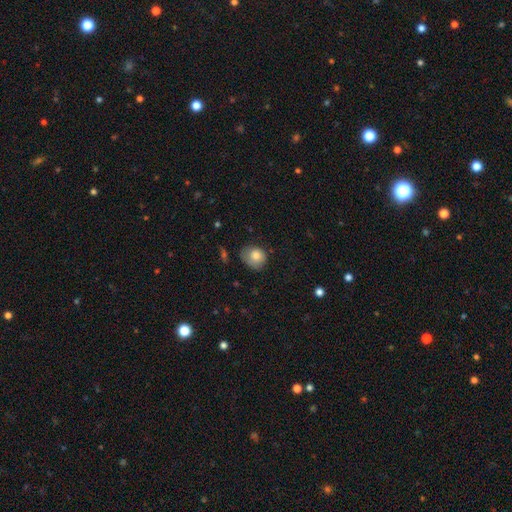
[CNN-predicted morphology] Smooth or featured? Predicted: smooth (p=0.78). How rounded? Predicted: round (p=0.62). Merging? Predicted: none (p=0.52).